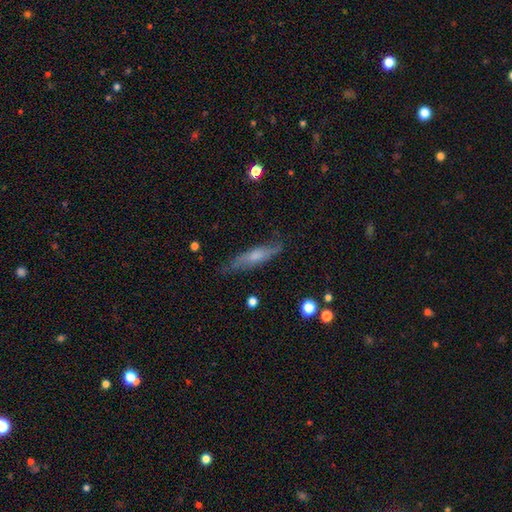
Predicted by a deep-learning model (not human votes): Smooth or featured? featured or disk (48%)
Merging? none (72%)